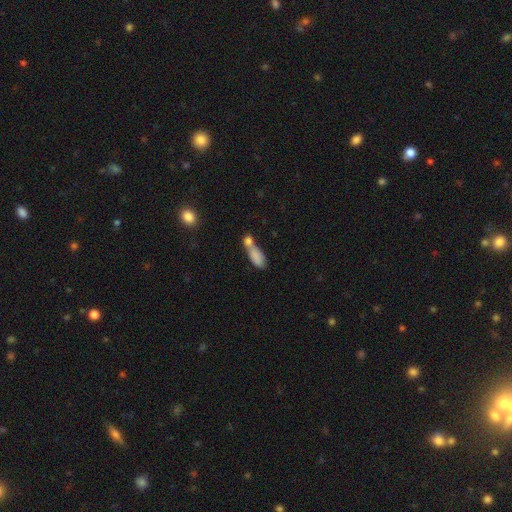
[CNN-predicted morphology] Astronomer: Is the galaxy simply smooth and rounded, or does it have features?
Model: smooth — 80%.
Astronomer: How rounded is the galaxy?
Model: in between — 72%.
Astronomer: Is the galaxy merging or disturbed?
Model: merger — 59%.